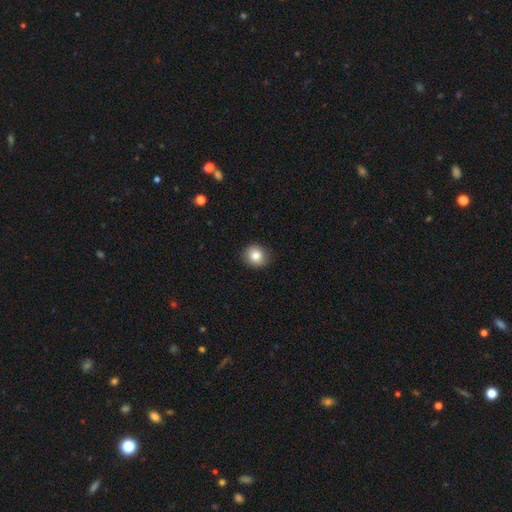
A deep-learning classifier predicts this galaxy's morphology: type=smooth (83%); roundness=round (83%); merging=none (89%).